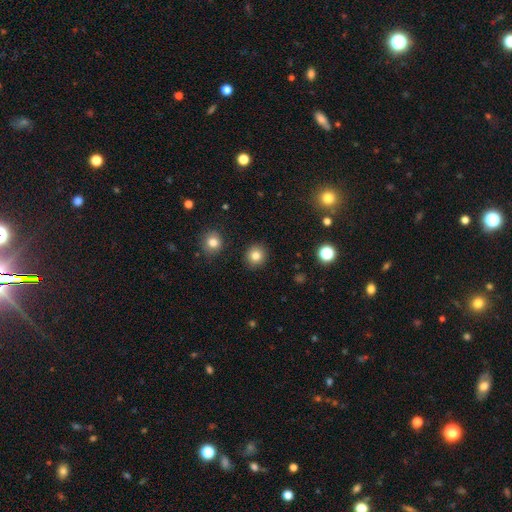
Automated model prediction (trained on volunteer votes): This is clearly a smooth galaxy (82%). How rounded: clearly round (90%). Merging: clearly none (91%).